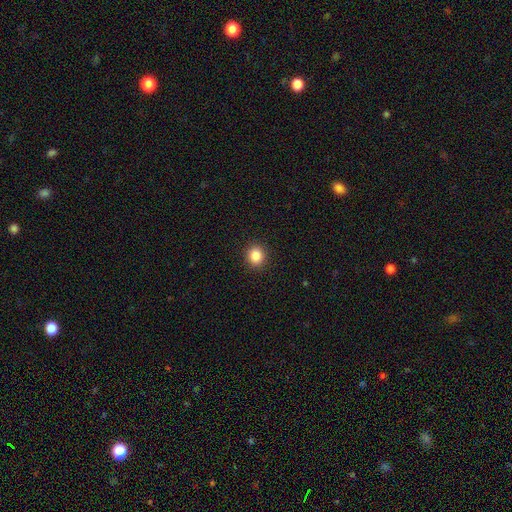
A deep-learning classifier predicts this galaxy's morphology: The model was most divided on "how rounded": round: 82%, in between: 17%, cigar-shaped: 1%. More confident: merging — none (92%); smooth or featured — smooth (86%).